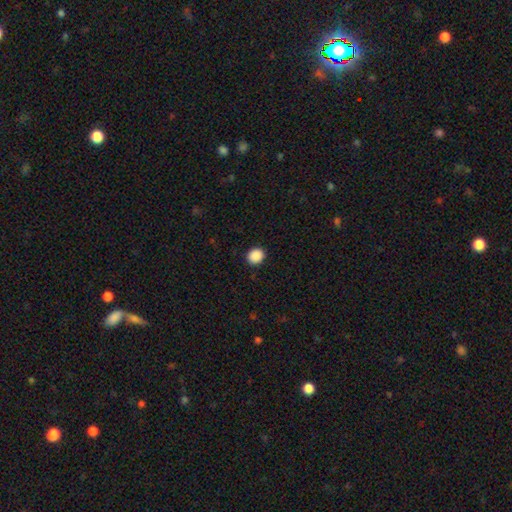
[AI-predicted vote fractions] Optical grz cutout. It shows a smooth galaxy with no disk features (89%) that is round (81%). Merging: none (92%).